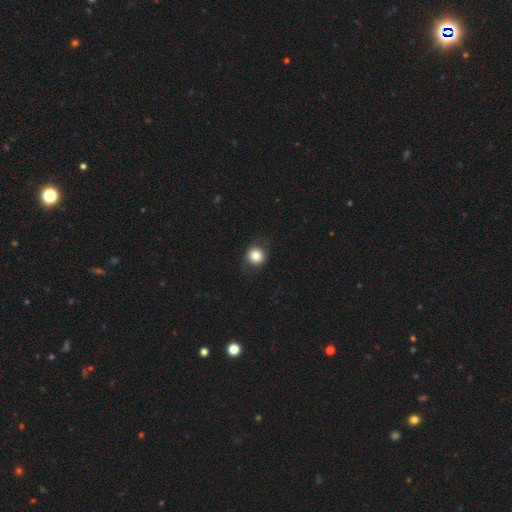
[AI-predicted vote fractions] Smooth or featured? Predicted: smooth (p=0.80). How rounded? Predicted: round (p=0.83). Merging? Predicted: none (p=0.79).